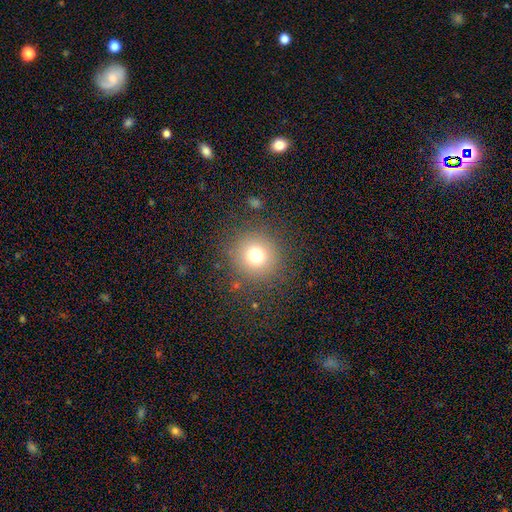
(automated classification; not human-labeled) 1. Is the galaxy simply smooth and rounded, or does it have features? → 73% smooth, 17% star or artifact, 11% featured or disk.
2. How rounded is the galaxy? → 95% round, 5% in between, 1% cigar-shaped.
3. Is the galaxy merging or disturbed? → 86% none, 8% minor disturbance, 5% major disturbance, 2% merger.